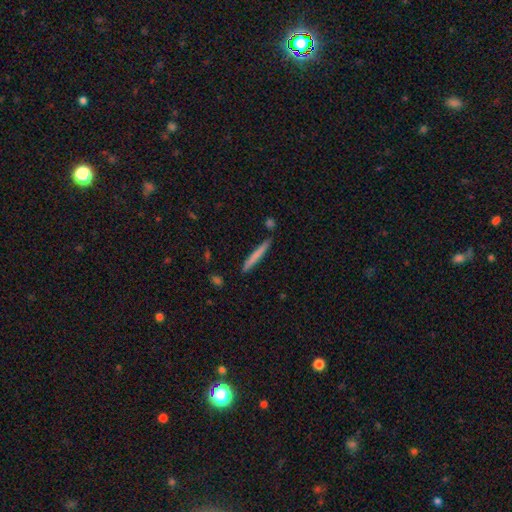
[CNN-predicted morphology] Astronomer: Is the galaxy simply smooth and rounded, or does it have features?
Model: smooth — 68%.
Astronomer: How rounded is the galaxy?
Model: cigar-shaped — 97%.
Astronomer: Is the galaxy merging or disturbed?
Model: none — 87%.